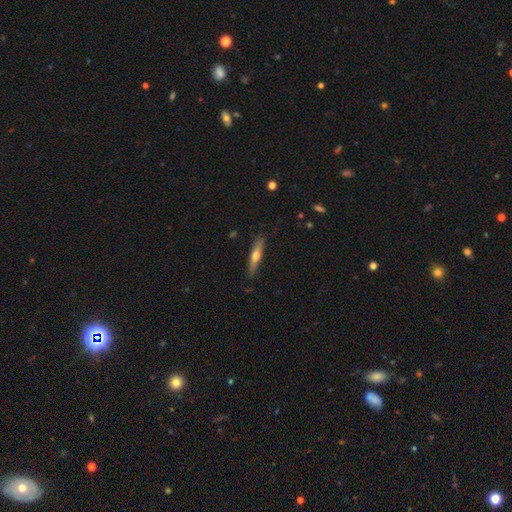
Q: Smooth or featured?
A: smooth (50%); runner-up: featured or disk (44%)
Q: How rounded?
A: cigar-shaped (78%); runner-up: in between (22%)
Q: Merging?
A: none (76%); runner-up: minor disturbance (18%)